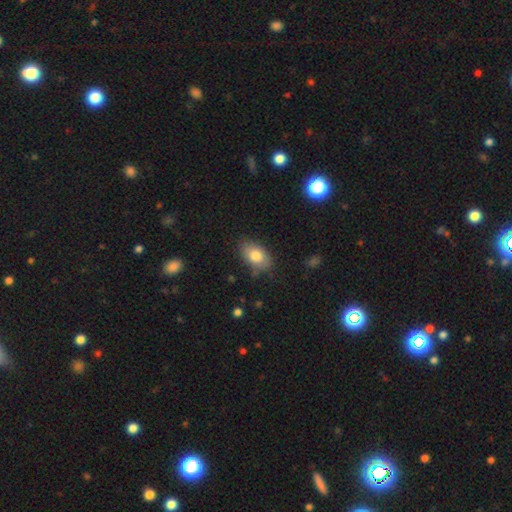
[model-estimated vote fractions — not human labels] Q: Smooth or featured?
A: smooth (80%); runner-up: featured or disk (13%)
Q: How rounded?
A: in between (89%); runner-up: round (9%)
Q: Merging?
A: none (79%); runner-up: minor disturbance (16%)